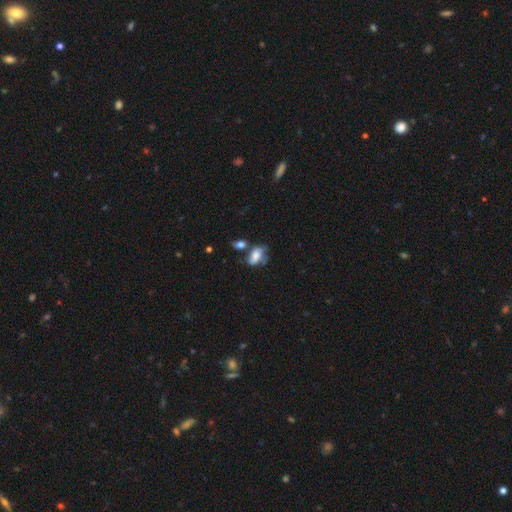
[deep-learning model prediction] Smooth or featured? Predicted: smooth (p=0.68). How rounded? Predicted: in between (p=0.87). Merging? Predicted: none (p=0.37).